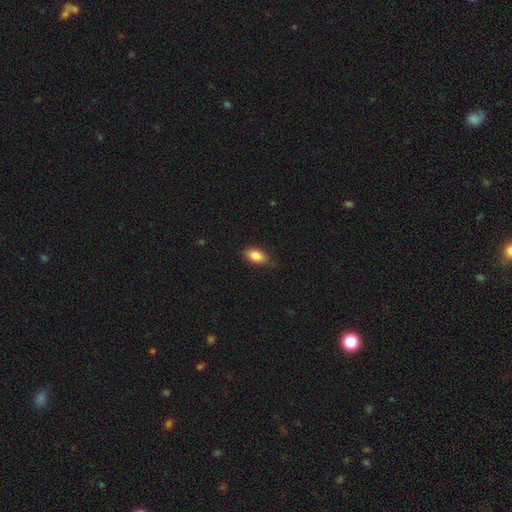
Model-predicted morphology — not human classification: This is clearly a smooth galaxy (86%). How rounded: clearly in between (90%). Merging: likely none (79%).